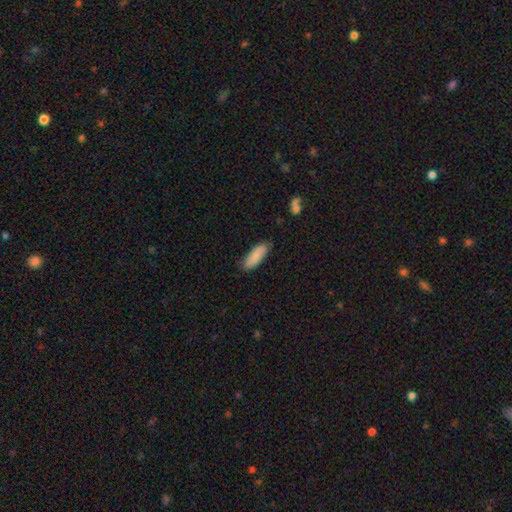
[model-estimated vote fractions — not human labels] Smooth or featured? Predicted: smooth (p=0.86). How rounded? Predicted: in between (p=0.61). Merging? Predicted: none (p=0.84).